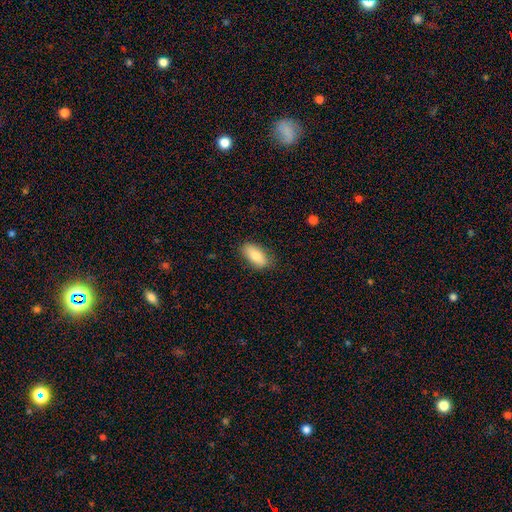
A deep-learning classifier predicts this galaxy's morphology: type=smooth (79%); roundness=in between (88%); merging=none (83%).